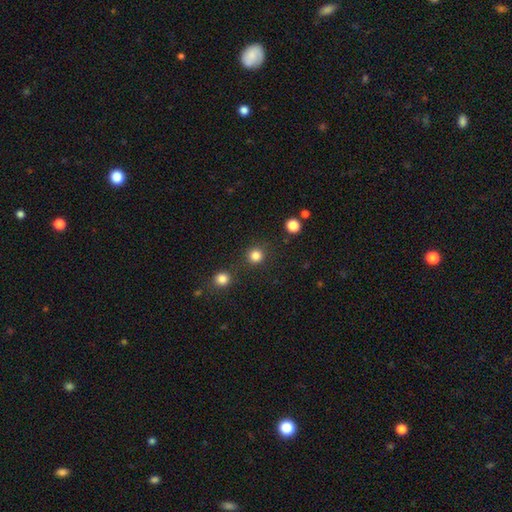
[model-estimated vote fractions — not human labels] Smooth or featured? Predicted: smooth (p=0.83). How rounded? Predicted: round (p=0.93). Merging? Predicted: none (p=0.86).